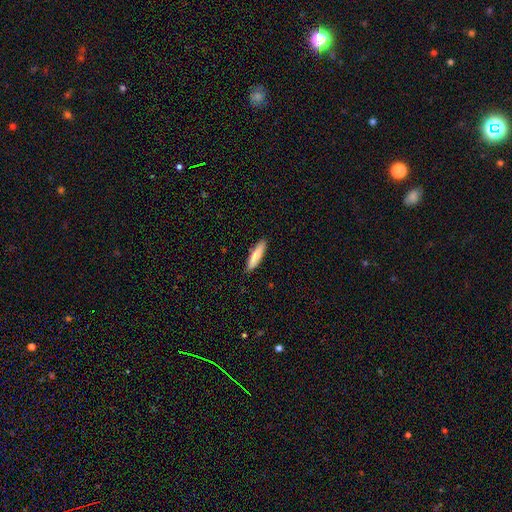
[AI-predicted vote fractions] Smooth or featured? smooth (79%)
How rounded? cigar-shaped (77%)
Merging? none (89%)